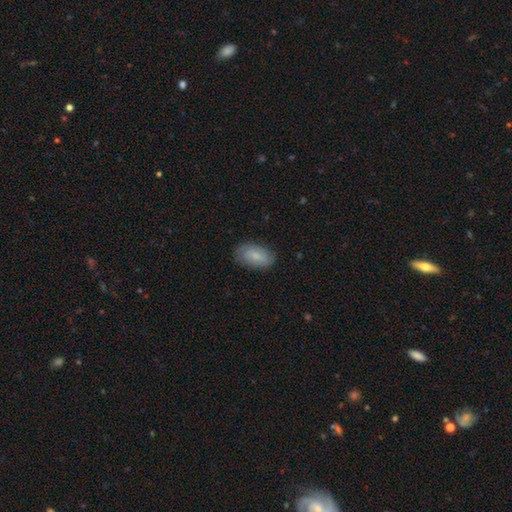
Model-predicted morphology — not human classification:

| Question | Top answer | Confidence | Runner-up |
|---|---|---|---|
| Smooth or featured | smooth | 68% | featured or disk (25%) |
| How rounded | in between | 93% | round (5%) |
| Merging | none | 80% | minor disturbance (15%) |